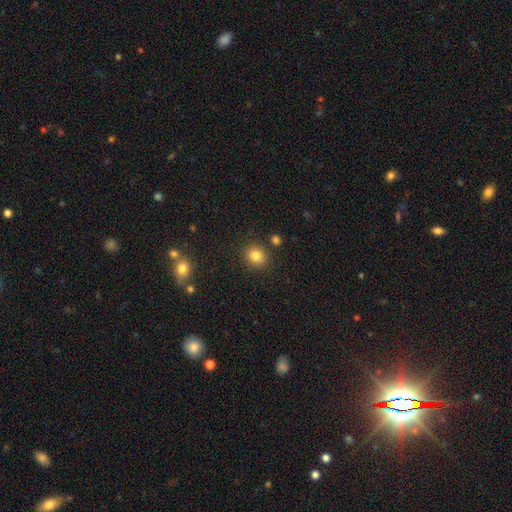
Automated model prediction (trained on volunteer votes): smooth-or-featured: smooth: 83% | star or artifact: 11% | featured or disk: 6%
  how-rounded: round: 70% | in between: 29% | cigar-shaped: 1%
  merging: none: 85% | minor disturbance: 8% | merger: 4% | major disturbance: 3%